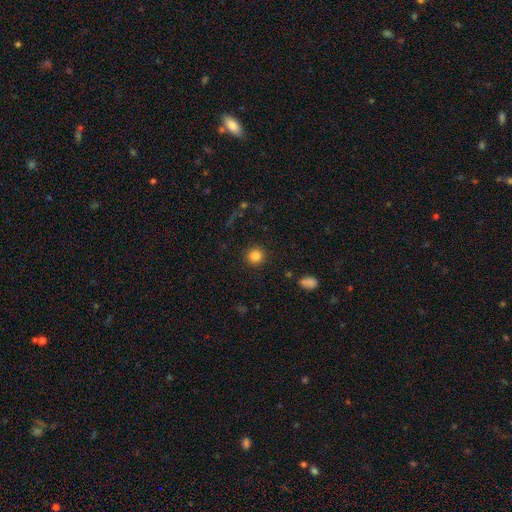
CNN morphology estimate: Overall: smooth (84%). How rounded: round (94%). Merging: none (91%).